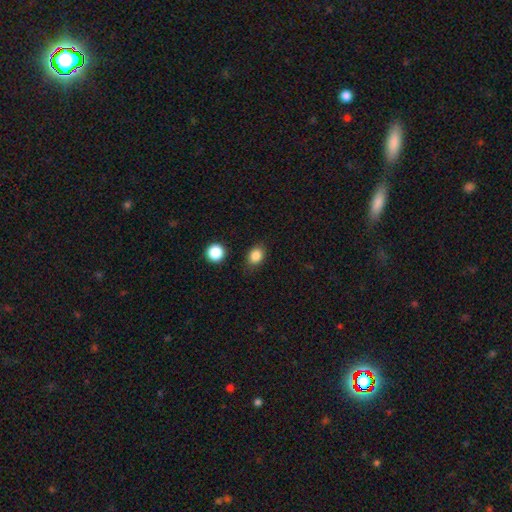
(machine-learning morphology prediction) smooth 85%, star or artifact 10%, featured or disk 5%. Down the decision tree: how rounded — in between (55%); merging — none (80%).